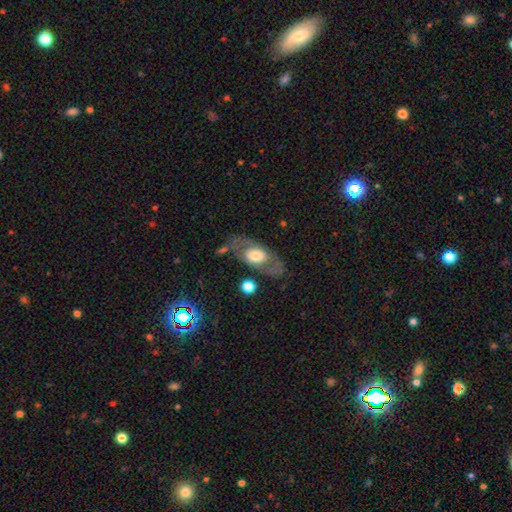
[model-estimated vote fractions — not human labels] Smooth or featured?
  - featured or disk: 54% *
  - smooth: 40%
  - star or artifact: 6%
Edge-on disk?
  - no: 84% *
  - yes: 16%
Merging?
  - none: 69% *
  - minor disturbance: 16%
  - major disturbance: 10%
  - merger: 4%